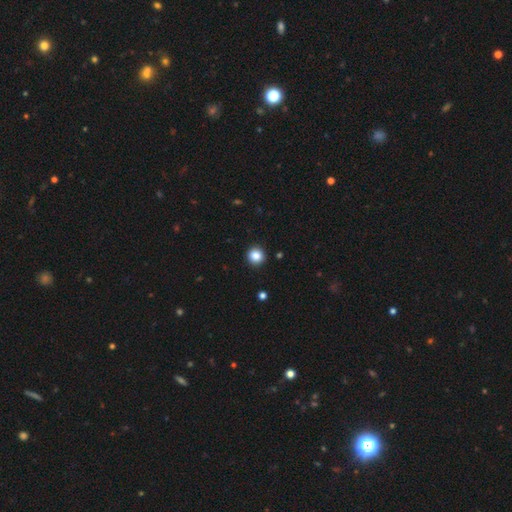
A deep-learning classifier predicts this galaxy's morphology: smooth_or_featured: smooth (p=0.86) [alt: star or artifact p=0.10]
how_rounded: round (p=0.93) [alt: in between p=0.06]
merging: none (p=0.92) [alt: minor disturbance p=0.05]